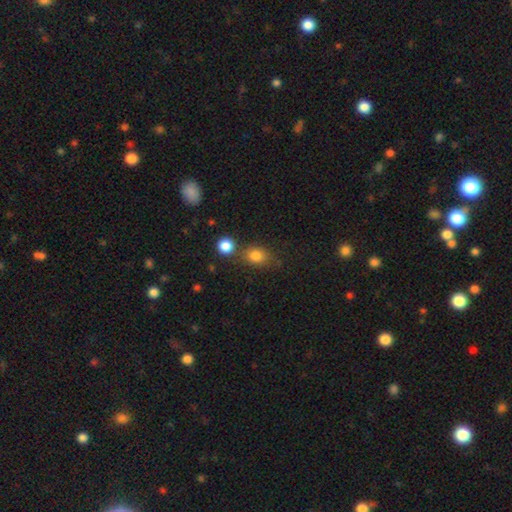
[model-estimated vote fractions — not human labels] Smooth or featured?
  - smooth: 81% *
  - star or artifact: 11%
  - featured or disk: 7%
How rounded?
  - in between: 49% * (tied)
  - round: 49% * (tied)
  - cigar-shaped: 2%
Merging?
  - none: 61% *
  - merger: 19%
  - minor disturbance: 15%
  - major disturbance: 5%